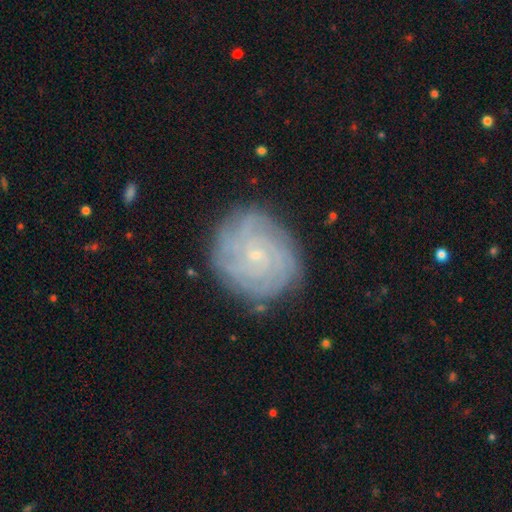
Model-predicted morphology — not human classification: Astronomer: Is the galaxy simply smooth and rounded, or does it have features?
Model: featured or disk — 81%.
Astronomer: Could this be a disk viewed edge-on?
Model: no — 98%.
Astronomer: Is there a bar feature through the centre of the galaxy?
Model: no — 77%.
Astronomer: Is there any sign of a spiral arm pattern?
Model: yes — 97%.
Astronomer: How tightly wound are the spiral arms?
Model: tight — 82%.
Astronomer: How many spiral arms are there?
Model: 4 — 27%, tied with can't tell at 27%.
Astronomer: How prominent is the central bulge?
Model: small — 85%.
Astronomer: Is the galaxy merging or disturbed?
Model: none — 82%.